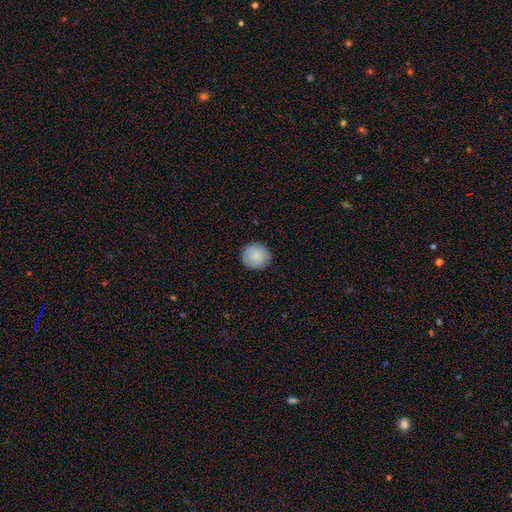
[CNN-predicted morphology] Smooth or featured?
  - smooth: 85% *
  - featured or disk: 8%
  - star or artifact: 7%
How rounded?
  - round: 92% *
  - in between: 7%
  - cigar-shaped: 1%
Merging?
  - none: 89% *
  - minor disturbance: 9%
  - major disturbance: 2%
  - merger: 1%